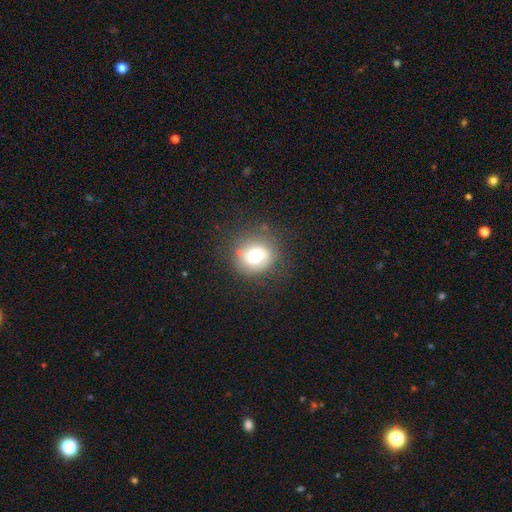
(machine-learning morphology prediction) smooth 68%, featured or disk 20%, star or artifact 12%. Down the decision tree: how rounded — round (81%); merging — none (71%).